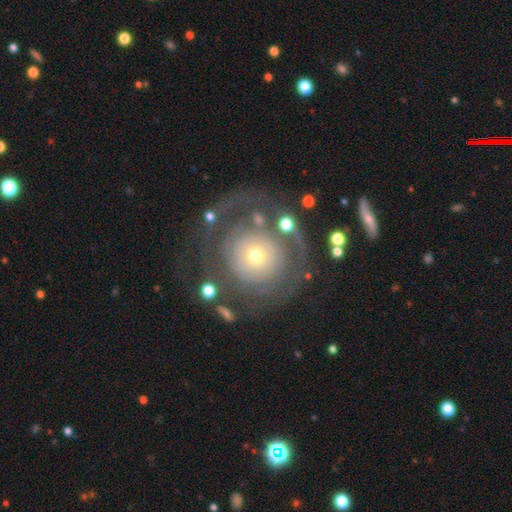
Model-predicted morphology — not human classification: A featured or disk galaxy (70%) with no bar (88%), spiral arms (68%) and a small central bulge (54%). Merging: none (58%).